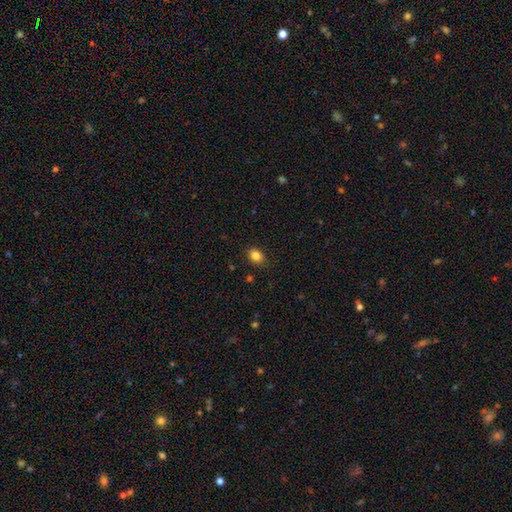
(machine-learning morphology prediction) Overall: smooth (85%). How rounded: in between (62%; round 37%). Merging: none (86%).